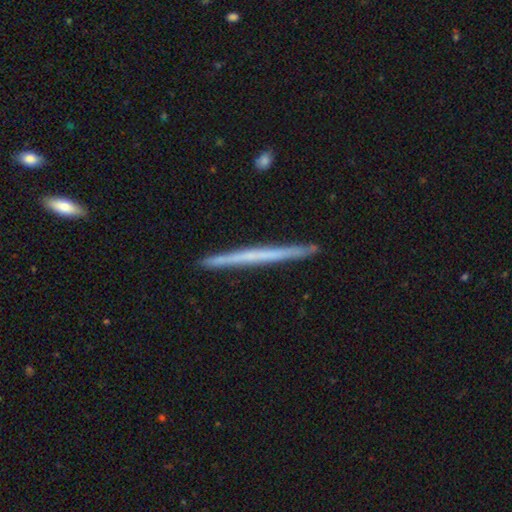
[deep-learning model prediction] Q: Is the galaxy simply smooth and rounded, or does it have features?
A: featured or disk — 54%.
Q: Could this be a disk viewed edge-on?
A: yes — 98%.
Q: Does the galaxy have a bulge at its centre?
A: none — 89%.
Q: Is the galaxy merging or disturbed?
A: none — 91%.